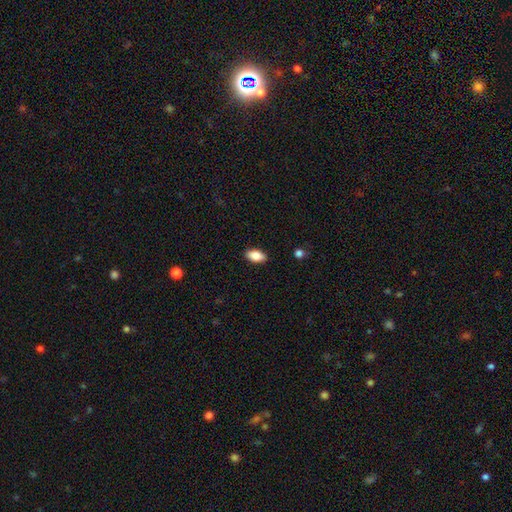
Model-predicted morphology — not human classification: Smooth or featured?
  - smooth: 86% *
  - star or artifact: 7%
  - featured or disk: 7%
How rounded?
  - in between: 92% *
  - cigar-shaped: 5%
  - round: 4%
Merging?
  - none: 89% *
  - minor disturbance: 8%
  - major disturbance: 2%
  - merger: 1%